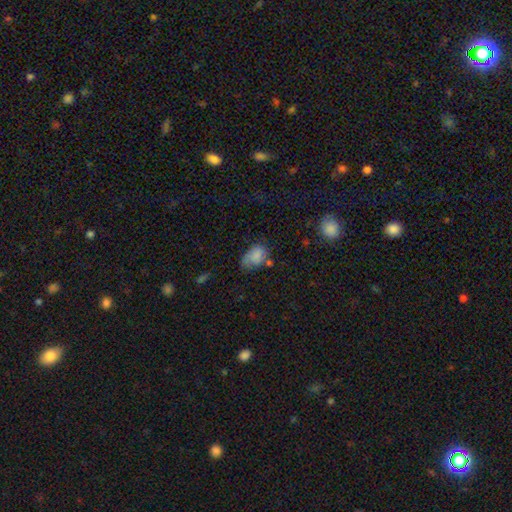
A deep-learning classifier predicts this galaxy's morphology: smooth-or-featured: smooth: 71% | featured or disk: 18% | star or artifact: 10%
  how-rounded: in between: 79% | round: 20% | cigar-shaped: 1%
  merging: minor disturbance: 37% (tied) | none: 37% (tied) | major disturbance: 19% | merger: 7%